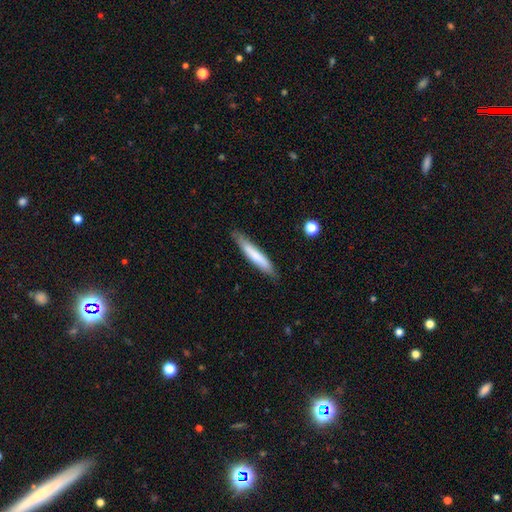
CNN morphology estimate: Smooth or featured?
  - smooth: 71% *
  - featured or disk: 23%
  - star or artifact: 6%
How rounded?
  - cigar-shaped: 91% *
  - in between: 8%
  - round: 1%
Merging?
  - none: 80% *
  - minor disturbance: 16%
  - major disturbance: 3%
  - merger: 1%